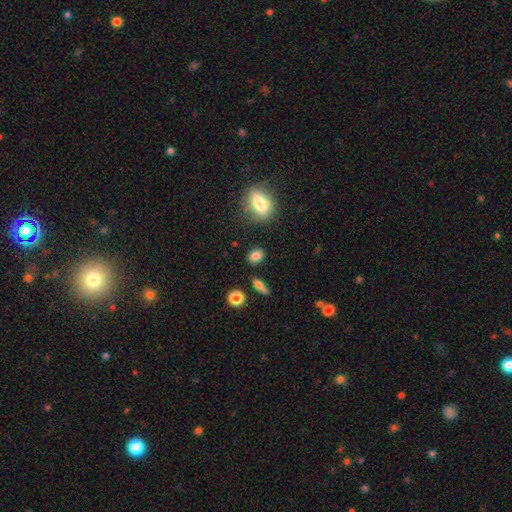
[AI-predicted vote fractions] A smooth galaxy with no disk features (82%) that is in between round and cigar-shaped (60%).

Vote fractions:
- Smooth or featured? smooth: 82% / star or artifact: 10% / featured or disk: 7%
- How rounded? in between: 60% / round: 37% / cigar-shaped: 3%
- Merging? none: 81% / minor disturbance: 12% / merger: 4% / major disturbance: 3%